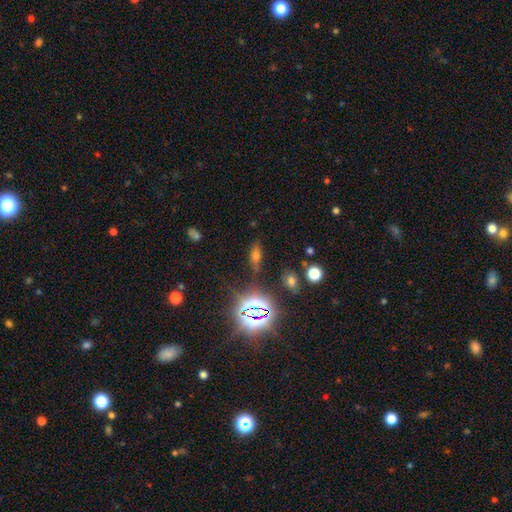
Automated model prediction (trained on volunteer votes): Morphology: type=smooth (47%); merging=none (78%).